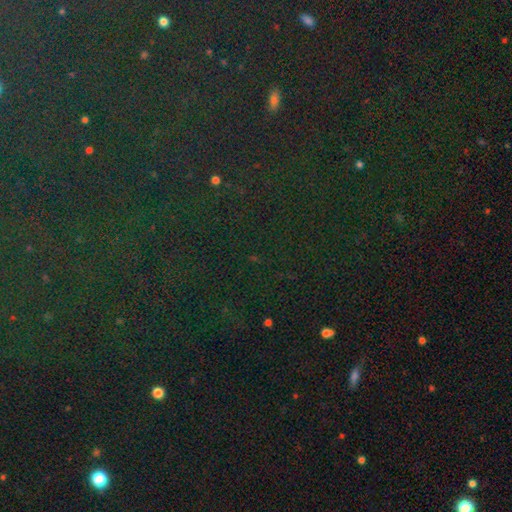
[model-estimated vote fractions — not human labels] Smooth or featured: star or artifact — 82% (smooth — 11%)